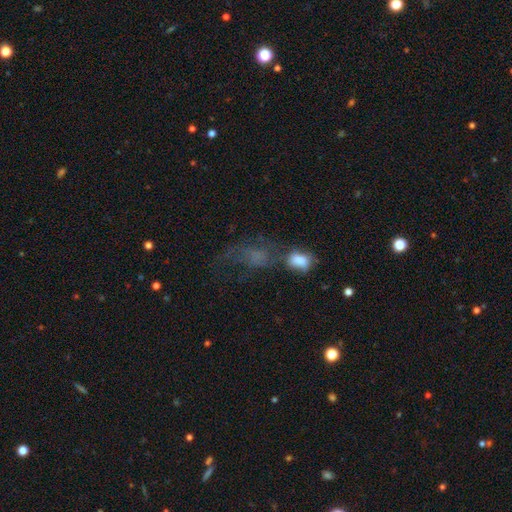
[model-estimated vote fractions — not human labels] Smooth or featured? Predicted: smooth (p=0.52). How rounded? Predicted: in between (p=0.73). Merging? Predicted: major disturbance (p=0.33).